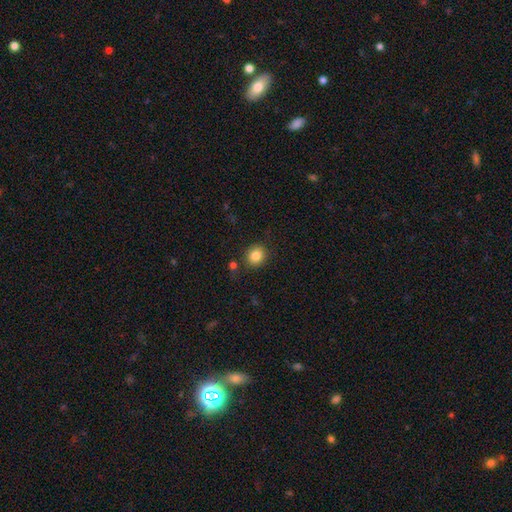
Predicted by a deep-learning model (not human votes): The model was most divided on "how rounded": round: 82%, in between: 17%, cigar-shaped: 1%. More confident: merging — none (84%); smooth or featured — smooth (84%).